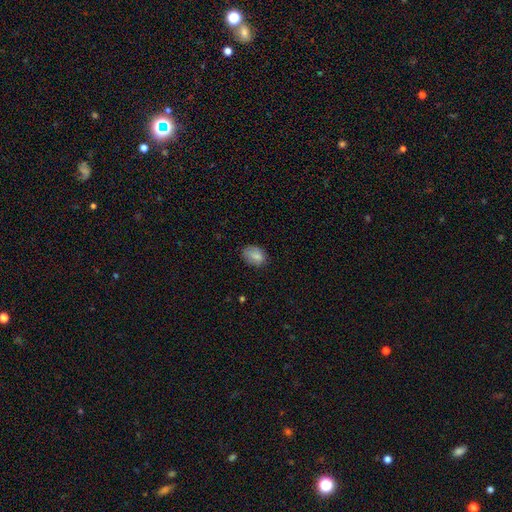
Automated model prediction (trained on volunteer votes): Morphology: type=smooth (82%); roundness=in between (73%); merging=none (70%).